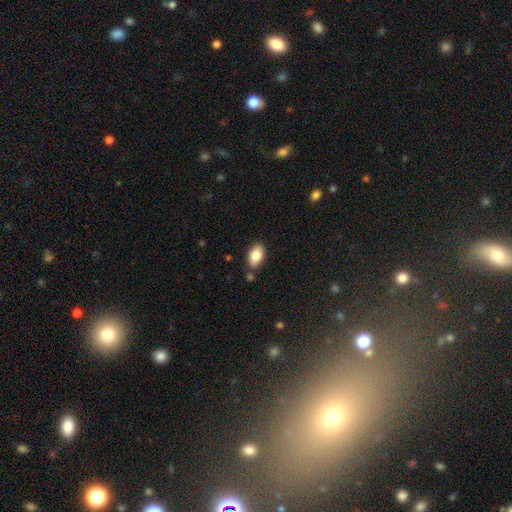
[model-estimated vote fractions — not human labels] Smooth or featured? smooth (83%)
How rounded? in between (91%)
Merging? none (80%)